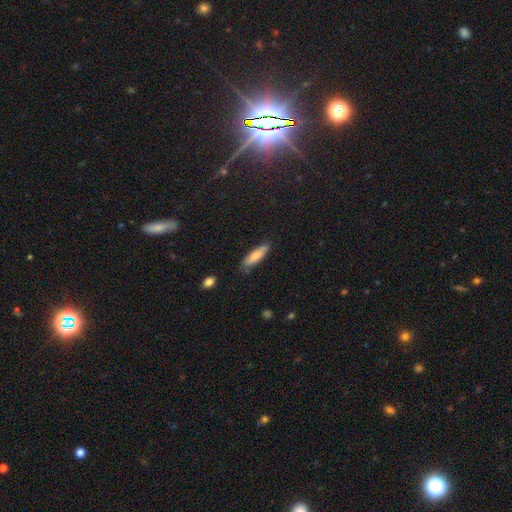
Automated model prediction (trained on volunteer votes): Q: Smooth or featured?
A: smooth (80%); runner-up: featured or disk (14%)
Q: How rounded?
A: cigar-shaped (62%); runner-up: in between (37%)
Q: Merging?
A: none (78%); runner-up: minor disturbance (17%)